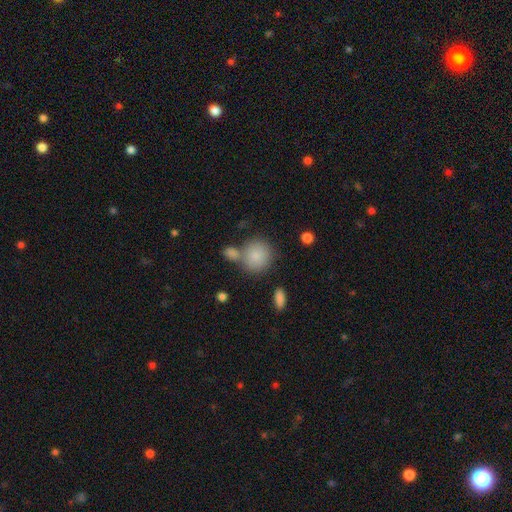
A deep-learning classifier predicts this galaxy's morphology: smooth 84%, star or artifact 8%, featured or disk 8%. Down the decision tree: how rounded — round (82%); merging — none (59%).